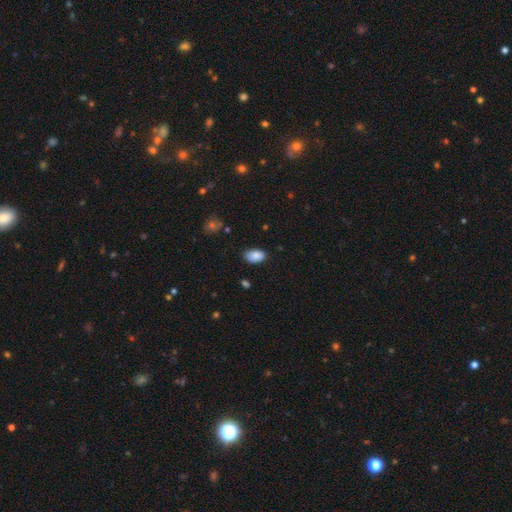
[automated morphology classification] Smooth or featured?
  - smooth: 87% *
  - star or artifact: 8%
  - featured or disk: 5%
How rounded?
  - in between: 92% *
  - round: 6%
  - cigar-shaped: 1%
Merging?
  - none: 81% *
  - minor disturbance: 15%
  - major disturbance: 3%
  - merger: 1%